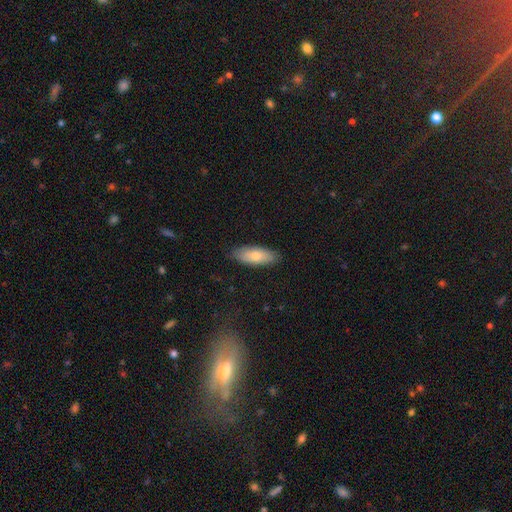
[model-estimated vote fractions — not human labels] smooth 71%, featured or disk 22%, star or artifact 6%. Down the decision tree: how rounded — in between (75%); merging — none (86%).